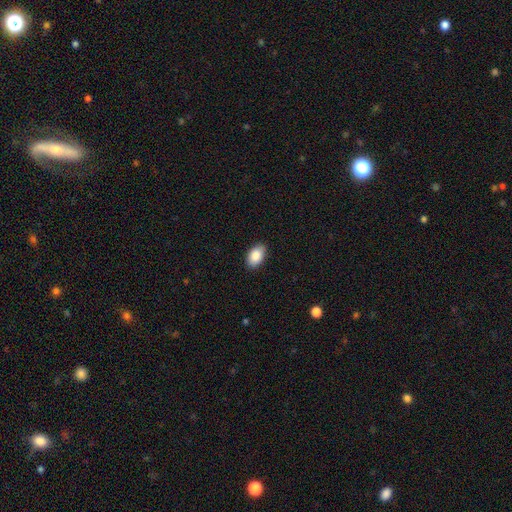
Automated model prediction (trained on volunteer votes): Morphology: type=smooth (88%); roundness=in between (92%); merging=none (87%).